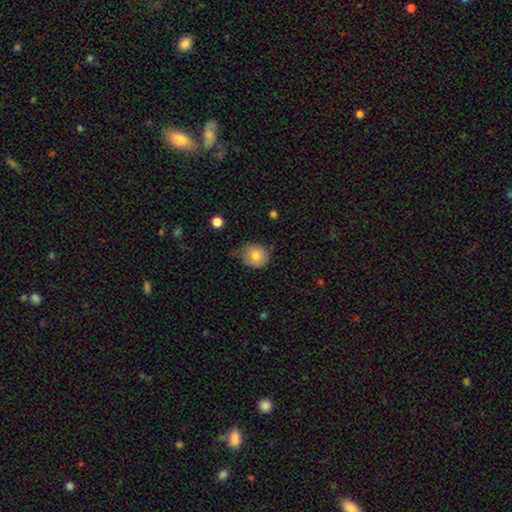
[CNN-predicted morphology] smooth-or-featured: smooth: 79% | featured or disk: 11% | star or artifact: 10%
  how-rounded: round: 85% | in between: 14% | cigar-shaped: 1%
  merging: none: 59% | minor disturbance: 31% | major disturbance: 7% | merger: 3%